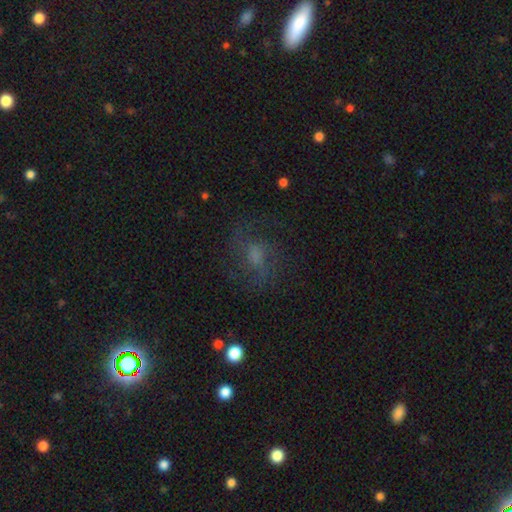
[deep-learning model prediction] A featured or disk galaxy (48%). Merging: none (63%).